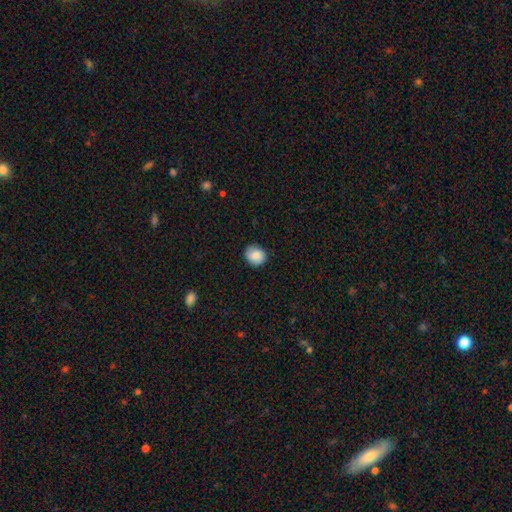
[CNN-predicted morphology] Overall: smooth (84%). How rounded: round (78%). Merging: none (82%).